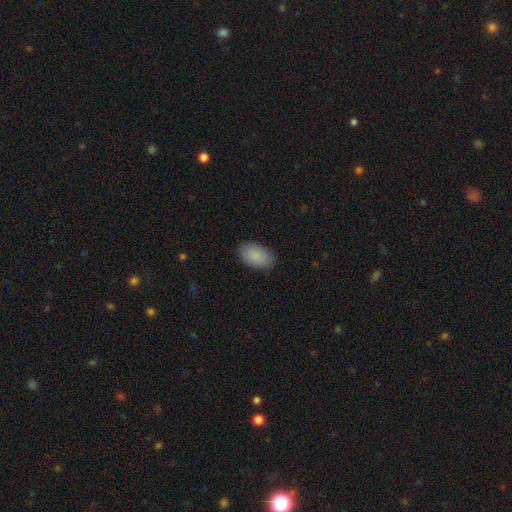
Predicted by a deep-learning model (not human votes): Smooth or featured?
  - smooth: 90% *
  - star or artifact: 6%
  - featured or disk: 4%
How rounded?
  - in between: 93% *
  - round: 5%
  - cigar-shaped: 1%
Merging?
  - none: 86% *
  - minor disturbance: 10%
  - major disturbance: 2%
  - merger: 1%